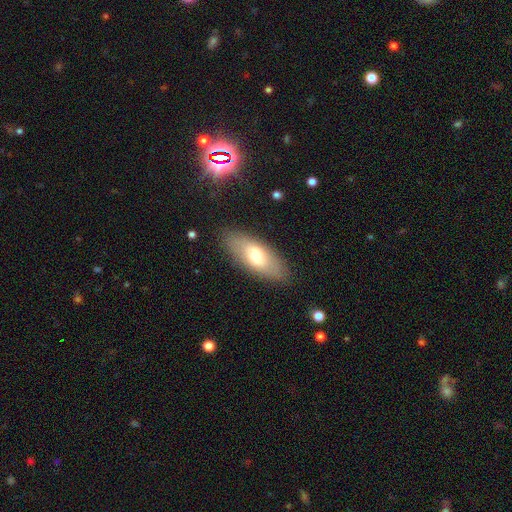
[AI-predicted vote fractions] smooth 67%, featured or disk 27%, star or artifact 7%. Down the decision tree: how rounded — in between (82%); merging — none (85%).